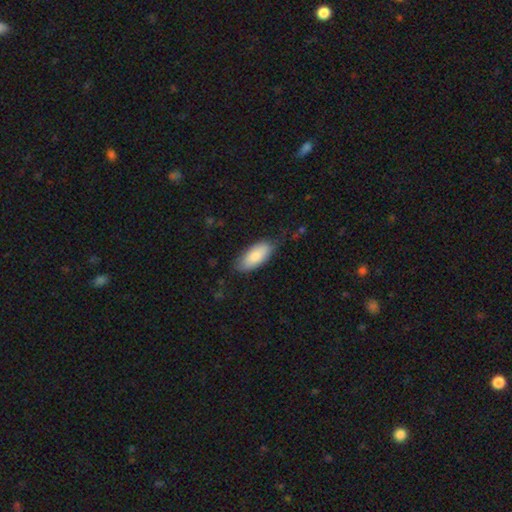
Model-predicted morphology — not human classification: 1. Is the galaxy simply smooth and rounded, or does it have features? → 85% smooth, 9% featured or disk, 5% star or artifact.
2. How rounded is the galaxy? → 87% in between, 11% cigar-shaped, 2% round.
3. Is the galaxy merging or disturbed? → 73% none, 21% minor disturbance, 5% major disturbance, 1% merger.